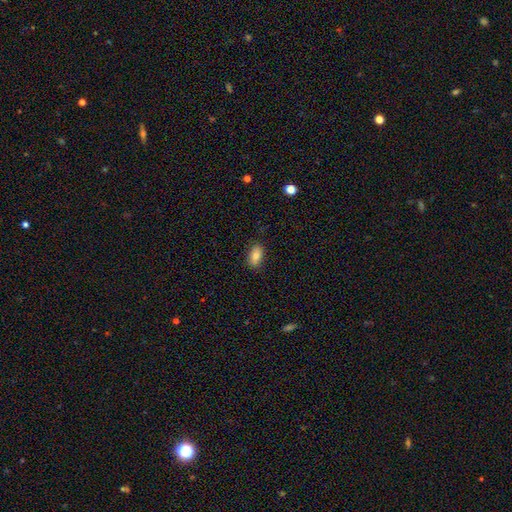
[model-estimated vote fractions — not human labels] A smooth galaxy with no disk features (82%) that is in between round and cigar-shaped (90%). Merging: none (87%).